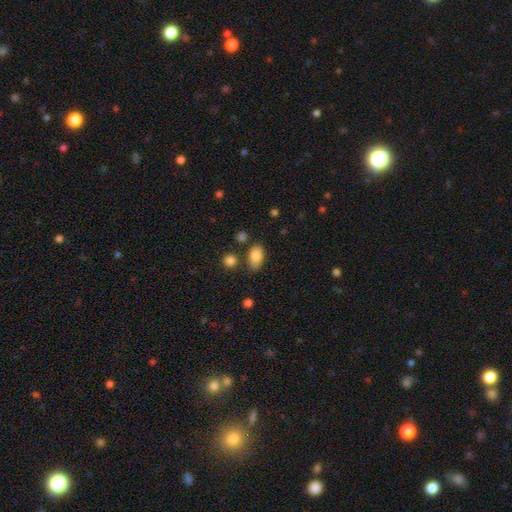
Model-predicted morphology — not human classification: This appears to be a smooth galaxy with no disk features (84%) that is in between round and cigar-shaped (87%). Merging: none (68%).